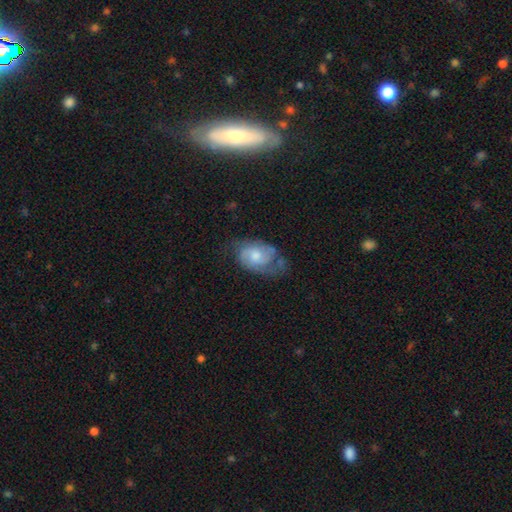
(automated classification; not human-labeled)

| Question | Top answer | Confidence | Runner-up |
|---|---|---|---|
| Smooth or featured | featured or disk | 58% | smooth (35%) |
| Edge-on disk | no | 96% | yes (4%) |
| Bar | no | 68% | weak (29%) |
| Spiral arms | yes | 84% | no (16%) |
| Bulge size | moderate | 53% | small (25%) |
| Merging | none | 44% | minor disturbance (32%) |